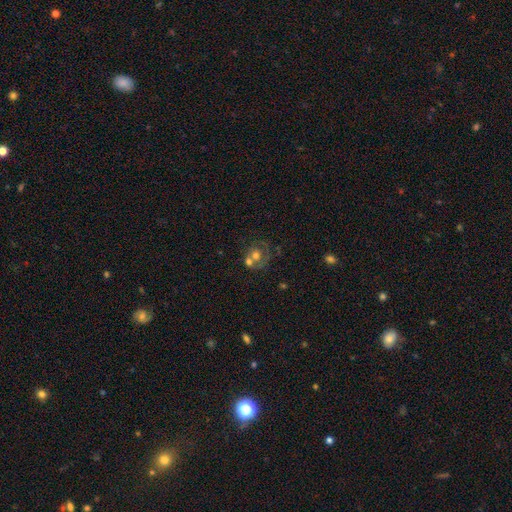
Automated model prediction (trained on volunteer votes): featured or disk 48%, smooth 42%, star or artifact 10%. Down the decision tree: merging — merger (43%).